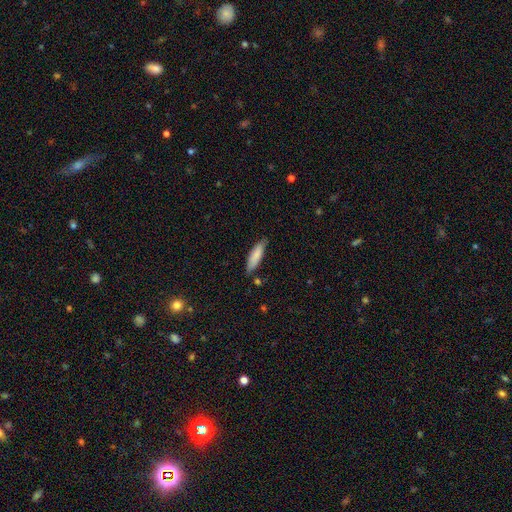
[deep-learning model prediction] smooth_or_featured: smooth (p=0.84) [alt: featured or disk p=0.11]
how_rounded: cigar-shaped (p=0.60) [alt: in between p=0.38]
merging: none (p=0.77) [alt: minor disturbance p=0.18]